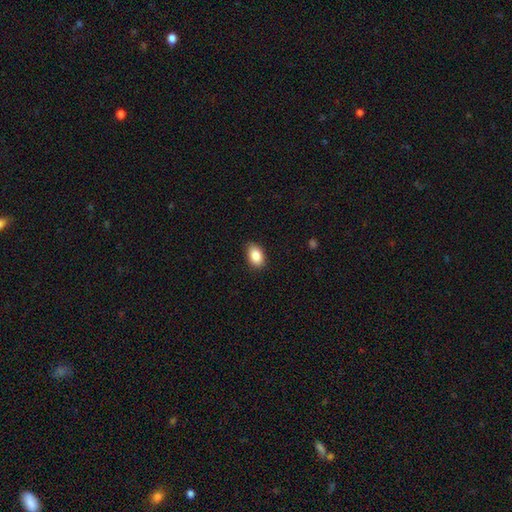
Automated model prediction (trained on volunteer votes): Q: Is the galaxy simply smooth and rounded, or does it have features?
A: smooth — 87%.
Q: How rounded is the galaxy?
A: in between — 87%.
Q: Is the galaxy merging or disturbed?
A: none — 85%.